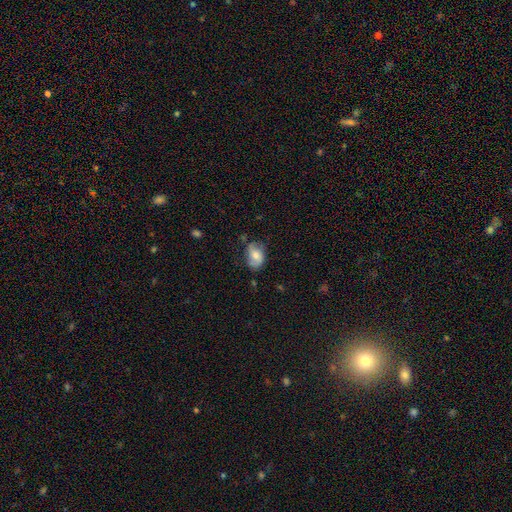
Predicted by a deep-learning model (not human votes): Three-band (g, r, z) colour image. It shows a smooth galaxy with no disk features (56%) that is in between round and cigar-shaped (80%). Merging: none (61%).